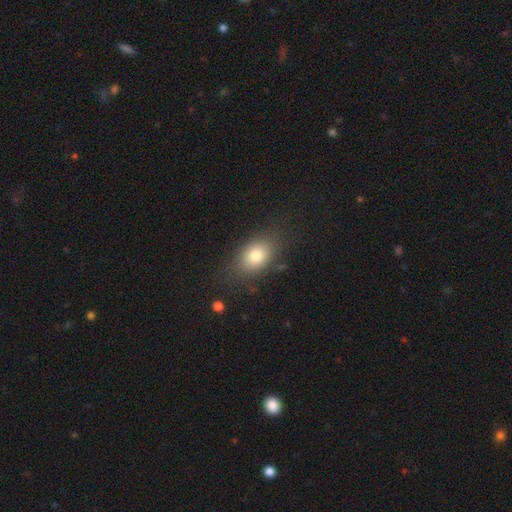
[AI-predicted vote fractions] smooth 78%, featured or disk 12%, star or artifact 10%. Down the decision tree: how rounded — in between (76%); merging — none (76%).